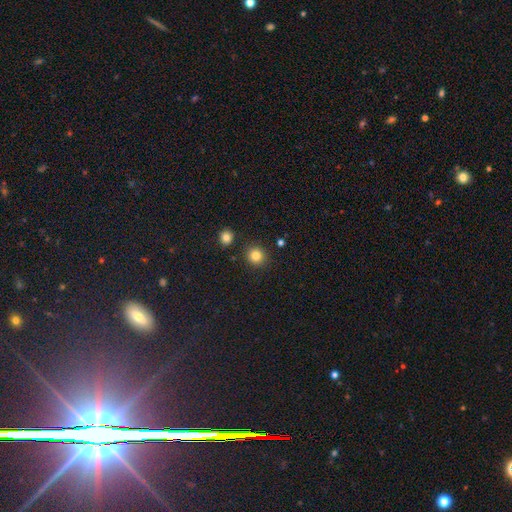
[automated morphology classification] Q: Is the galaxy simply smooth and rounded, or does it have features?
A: smooth — 83%.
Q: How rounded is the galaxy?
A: round — 91%.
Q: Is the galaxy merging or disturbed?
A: none — 89%.